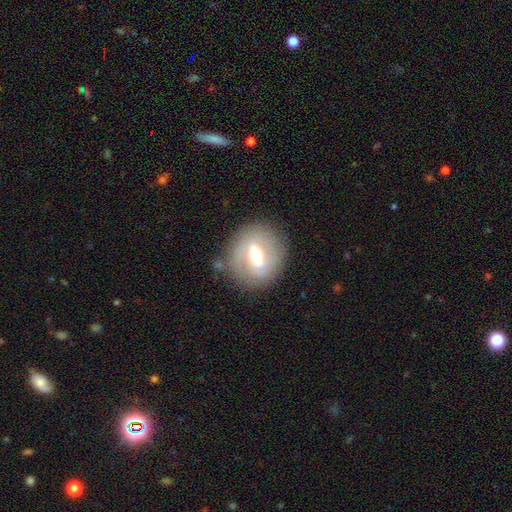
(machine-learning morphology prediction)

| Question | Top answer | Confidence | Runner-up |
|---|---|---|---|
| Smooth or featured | featured or disk | 62% | smooth (31%) |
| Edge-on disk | no | 92% | yes (8%) |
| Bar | weak | 46% | strong (39%) |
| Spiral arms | yes | 55% | no (45%) |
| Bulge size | moderate | 70% | small (17%) |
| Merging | none | 80% | minor disturbance (13%) |